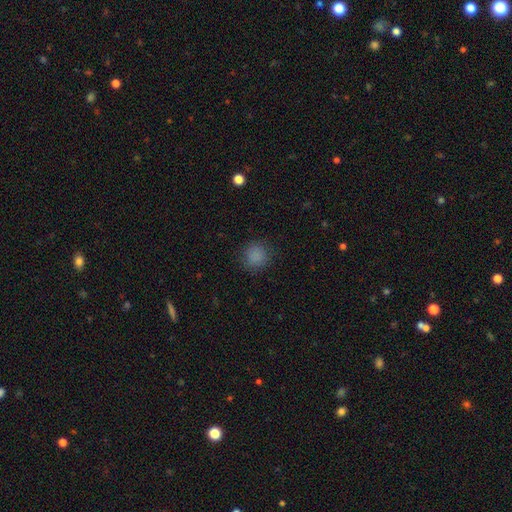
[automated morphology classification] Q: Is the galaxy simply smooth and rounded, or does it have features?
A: smooth — 85%.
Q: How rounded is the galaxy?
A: round — 91%.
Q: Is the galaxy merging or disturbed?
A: none — 86%.